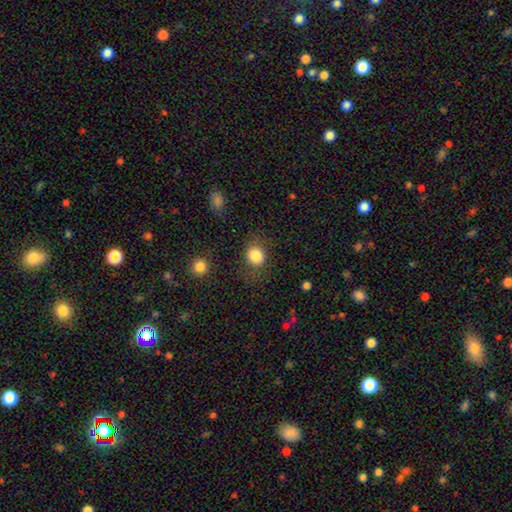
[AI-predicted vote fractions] This appears to be a smooth galaxy with no disk features (85%) that is round (75%). Merging: none (74%).